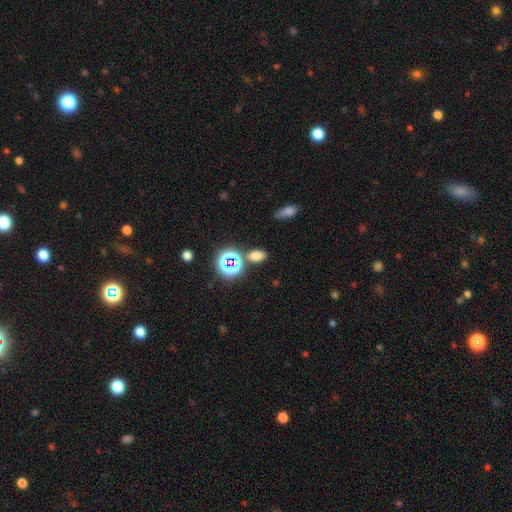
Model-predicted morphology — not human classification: Overall: smooth (68%). How rounded: in between (80%). Merging: none (76%).